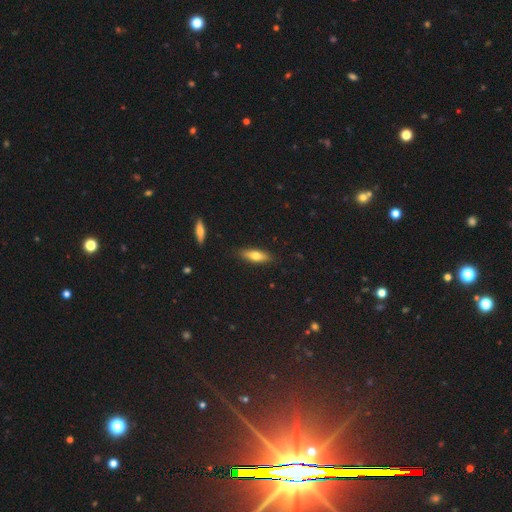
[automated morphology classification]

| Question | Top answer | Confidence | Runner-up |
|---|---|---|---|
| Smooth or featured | smooth | 71% | featured or disk (23%) |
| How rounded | in between | 54% | cigar-shaped (44%) |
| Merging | none | 86% | minor disturbance (11%) |